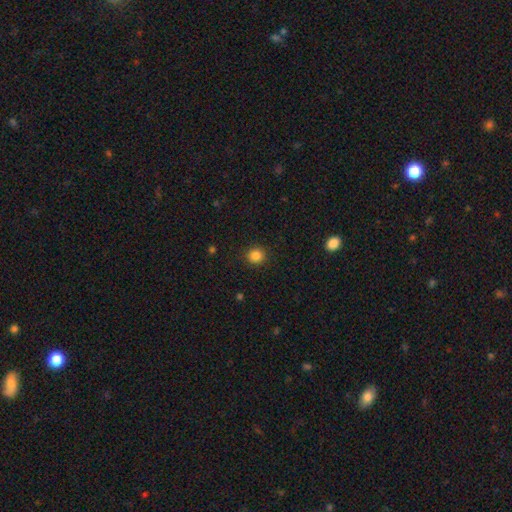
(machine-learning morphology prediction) smooth 84%, star or artifact 12%, featured or disk 4%. Down the decision tree: how rounded — round (91%); merging — none (91%).